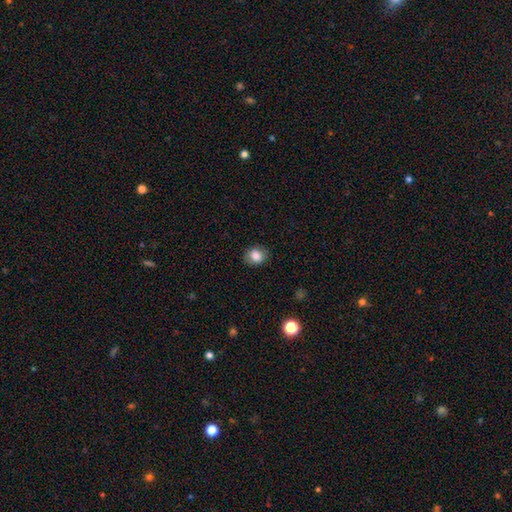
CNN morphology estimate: Smooth or featured? Predicted: smooth (p=0.83). How rounded? Predicted: round (p=0.62). Merging? Predicted: none (p=0.86).